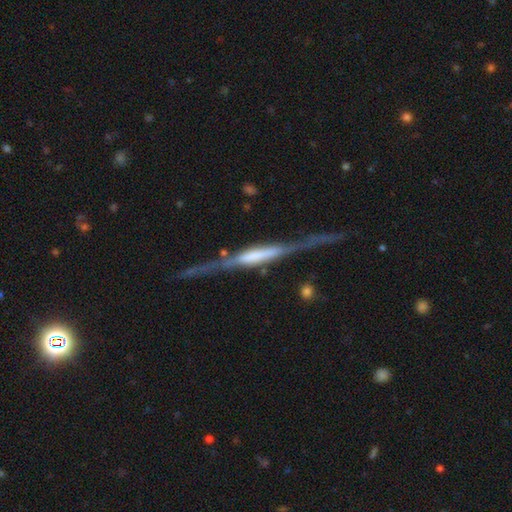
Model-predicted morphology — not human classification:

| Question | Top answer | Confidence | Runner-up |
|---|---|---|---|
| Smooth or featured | featured or disk | 82% | smooth (14%) |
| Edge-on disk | yes | 95% | no (5%) |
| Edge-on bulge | boxy | 55% | rounded (28%) |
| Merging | none | 68% | minor disturbance (19%) |